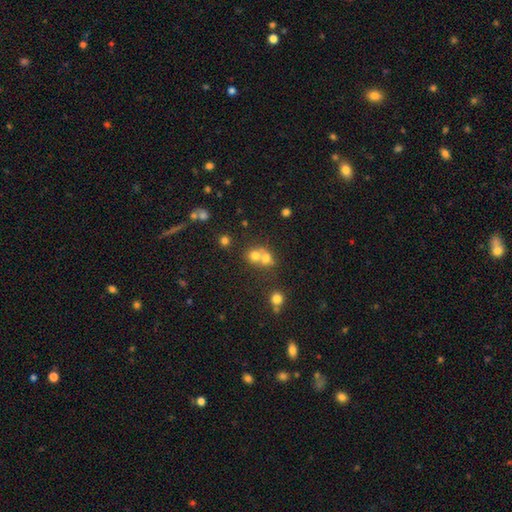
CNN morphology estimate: This appears to be a smooth galaxy with no disk features (67%) that is round (76%). Merging: merger (60%).